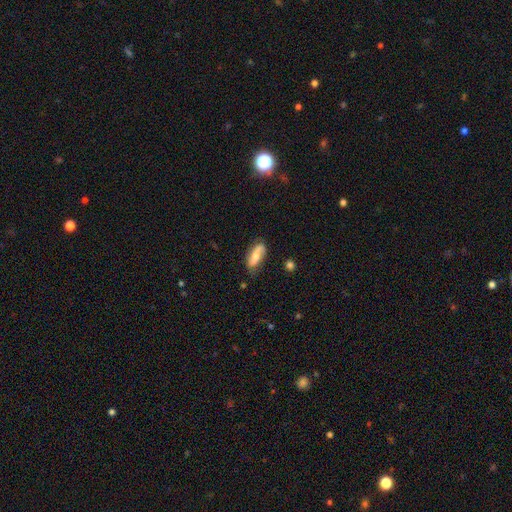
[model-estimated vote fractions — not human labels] A featured or disk galaxy (51%).

Vote fractions:
- Smooth or featured? featured or disk: 51% / smooth: 43% / star or artifact: 7%
- Edge-on disk? no: 85% / yes: 15%
- Merging? none: 70% / minor disturbance: 22% / major disturbance: 6% / merger: 2%